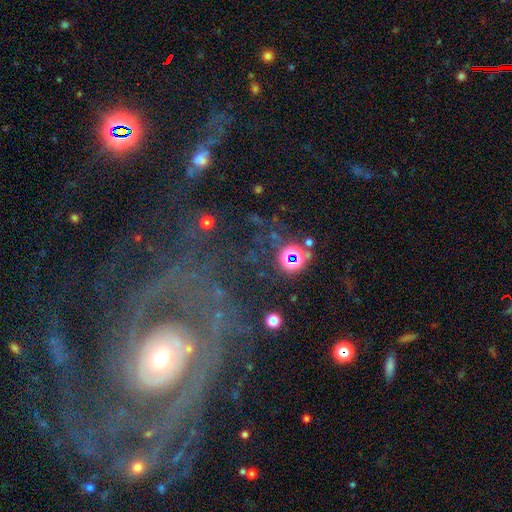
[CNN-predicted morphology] This is likely a featured or disk galaxy (69%). It is clearly not viewed edge-on (94%). Bar: likely no (72%). Spiral arm pattern: likely yes (70%). Central bulge: possibly moderate (59%). Merging: possibly none (56%).